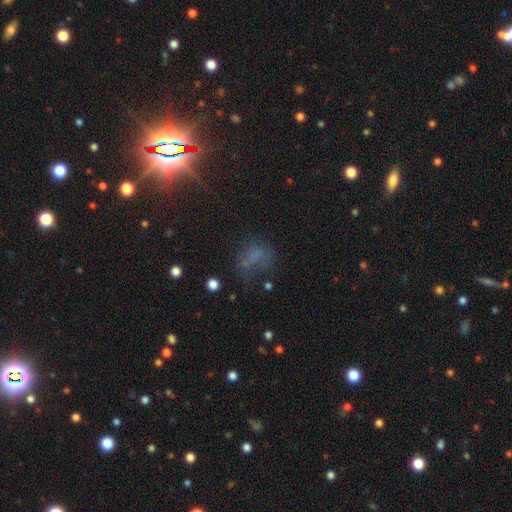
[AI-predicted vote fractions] Smooth or featured: smooth — 52% (star or artifact — 26%)
How rounded: in between — 61% (round — 29%)
Merging: none — 47% (major disturbance — 26%)